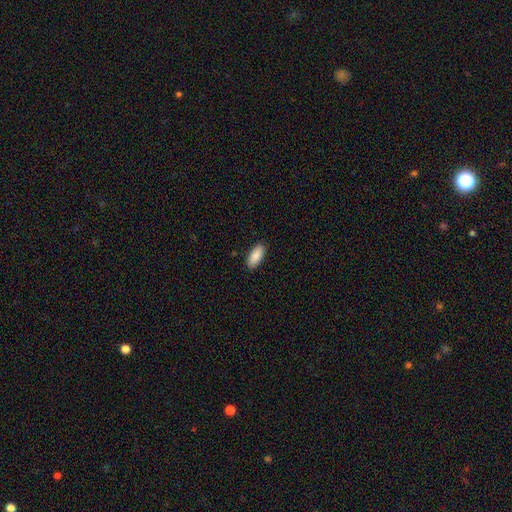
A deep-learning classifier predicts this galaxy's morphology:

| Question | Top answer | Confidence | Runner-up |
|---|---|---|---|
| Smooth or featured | smooth | 90% | star or artifact (6%) |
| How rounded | in between | 88% | cigar-shaped (10%) |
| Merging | none | 89% | minor disturbance (8%) |